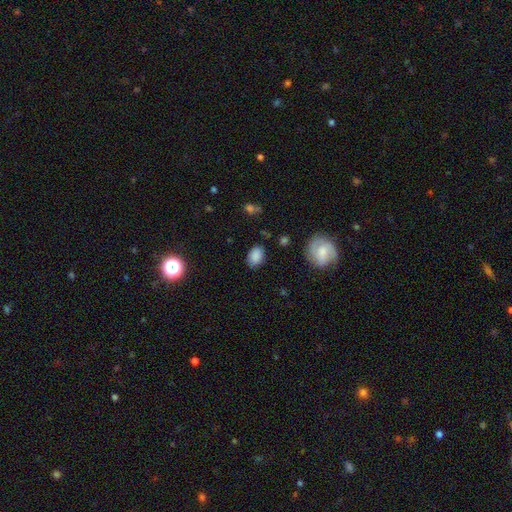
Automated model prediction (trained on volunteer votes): Morphology: type=smooth (86%); roundness=in between (78%); merging=none (80%).